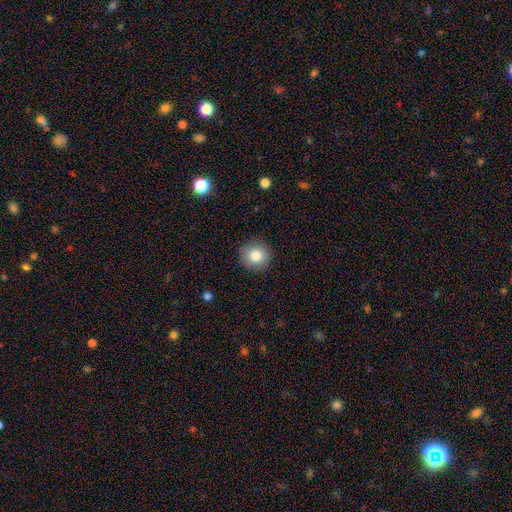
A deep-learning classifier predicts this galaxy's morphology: smooth-or-featured: smooth: 82% | star or artifact: 9% | featured or disk: 8%
  how-rounded: round: 91% | in between: 8% | cigar-shaped: 1%
  merging: none: 91% | minor disturbance: 6% | major disturbance: 2% | merger: 1%